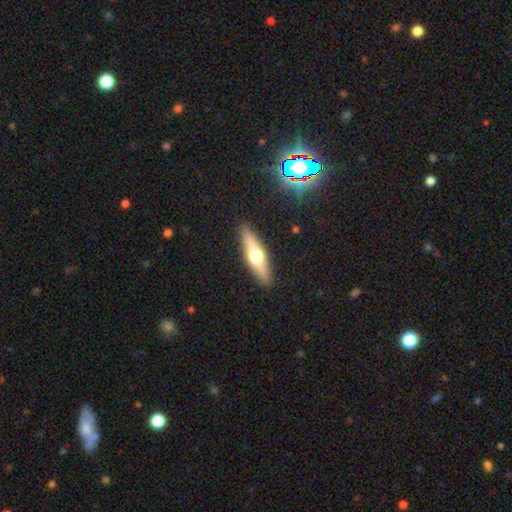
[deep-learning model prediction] smooth_or_featured: smooth (p=0.48) [alt: featured or disk p=0.46]
merging: none (p=0.89) [alt: minor disturbance p=0.08]